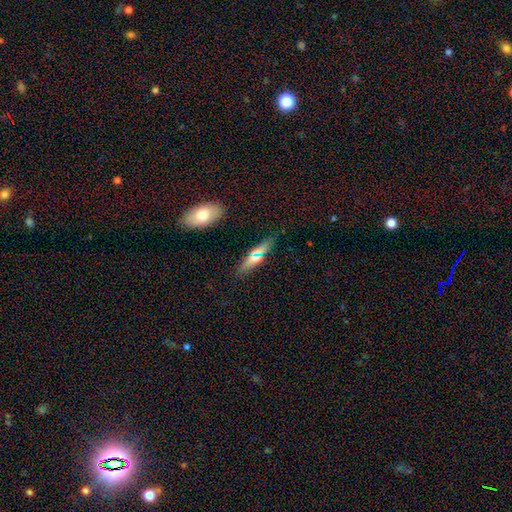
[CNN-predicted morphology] type=smooth (61%); roundness=cigar-shaped (59%); merging=none (85%).